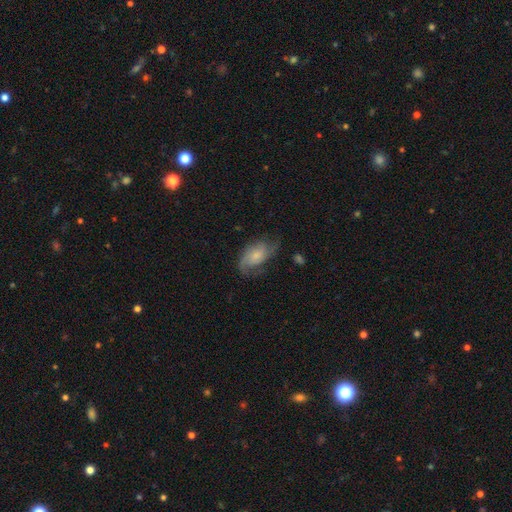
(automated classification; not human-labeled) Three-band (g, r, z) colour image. It shows a featured or disk galaxy (61%) with no bar (67%), 2 (60%) medium (43%) spiral arms (90%) and a small central bulge (51%). Merging: none (58%).